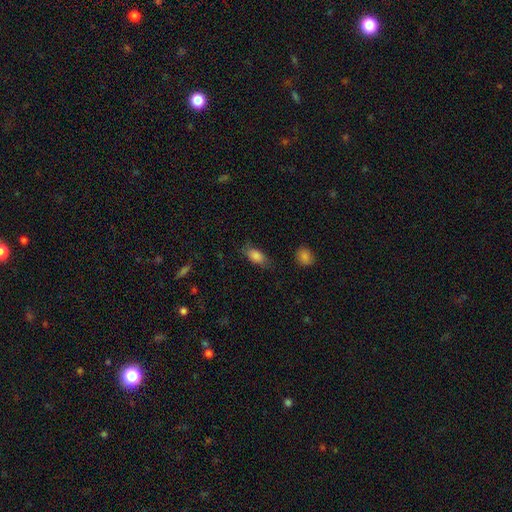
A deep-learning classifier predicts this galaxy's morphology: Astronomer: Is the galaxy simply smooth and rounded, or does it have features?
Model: smooth — 83%.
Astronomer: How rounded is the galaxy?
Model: in between — 87%.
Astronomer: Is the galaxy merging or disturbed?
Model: none — 70%.